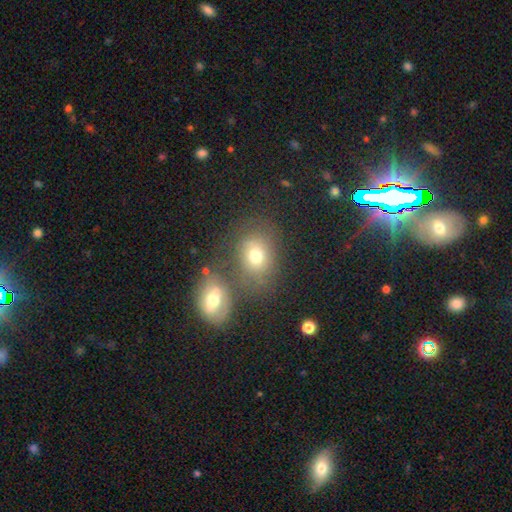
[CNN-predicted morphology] Smooth or featured?
  - smooth: 68% *
  - featured or disk: 18%
  - star or artifact: 13%
How rounded?
  - in between: 51% *
  - round: 48%
  - cigar-shaped: 1%
Merging?
  - none: 49% *
  - merger: 32%
  - minor disturbance: 12%
  - major disturbance: 7%